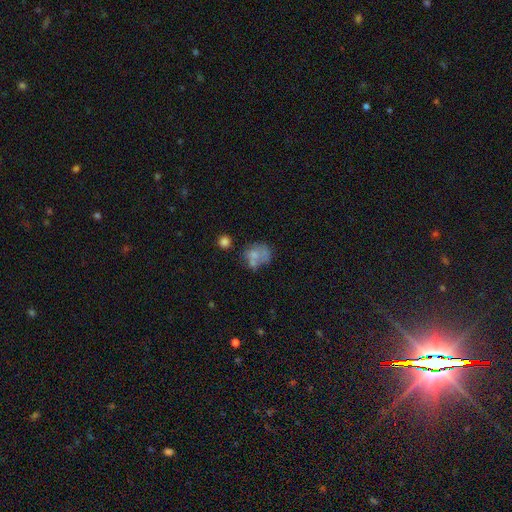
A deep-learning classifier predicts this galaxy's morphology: Q: Smooth or featured?
A: smooth (59%); runner-up: featured or disk (29%)
Q: How rounded?
A: round (57%); runner-up: in between (42%)
Q: Merging?
A: none (32%); runner-up: merger (30%)